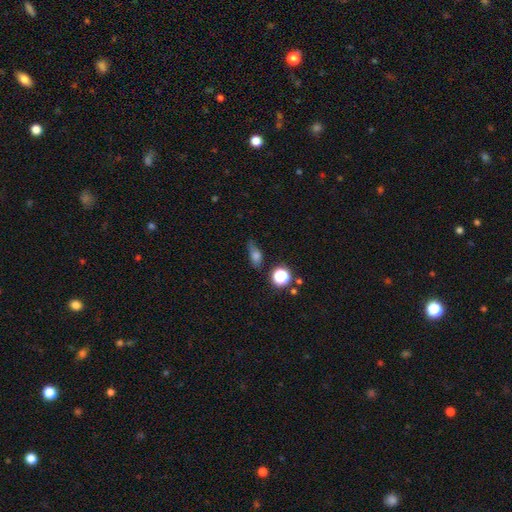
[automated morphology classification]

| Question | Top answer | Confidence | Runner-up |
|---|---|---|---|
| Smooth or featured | smooth | 65% | star or artifact (19%) |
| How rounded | in between | 60% | round (24%) |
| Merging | none | 54% | minor disturbance (31%) |